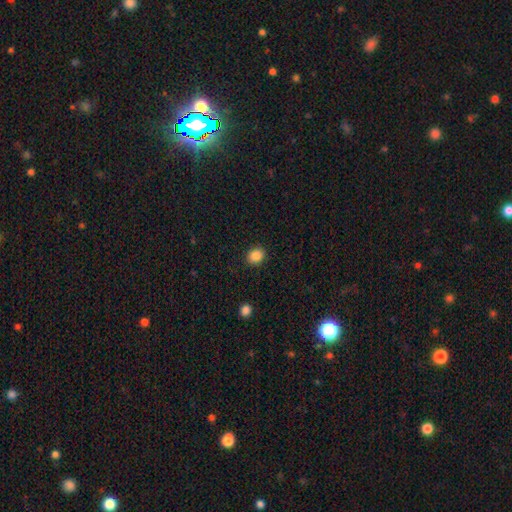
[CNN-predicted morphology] Overall: smooth (86%). How rounded: round (70%). Merging: none (90%).